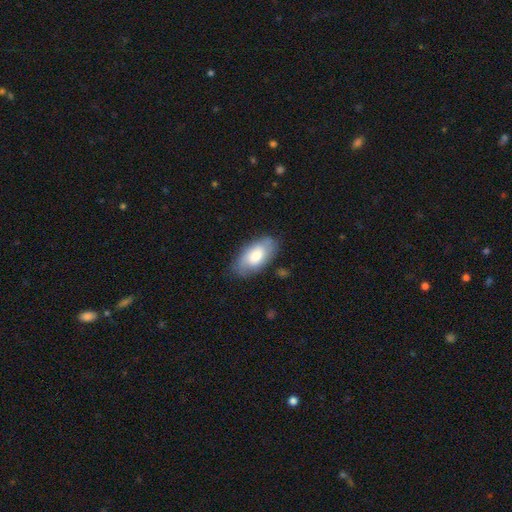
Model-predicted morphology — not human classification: Q: Smooth or featured?
A: smooth (72%); runner-up: featured or disk (22%)
Q: How rounded?
A: in between (93%); runner-up: cigar-shaped (4%)
Q: Merging?
A: none (78%); runner-up: minor disturbance (17%)